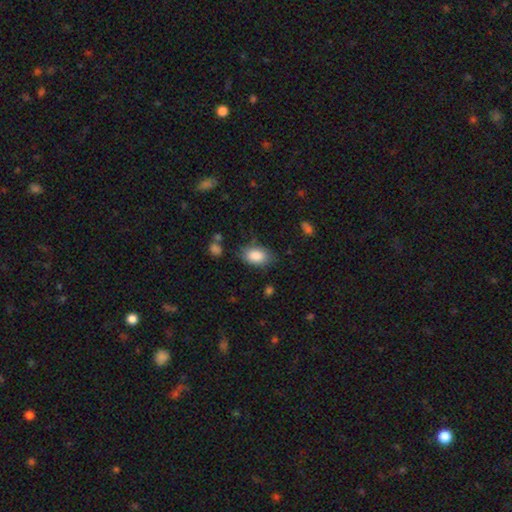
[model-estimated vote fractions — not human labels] smooth 87%, star or artifact 7%, featured or disk 7%. Down the decision tree: how rounded — in between (91%); merging — none (75%).